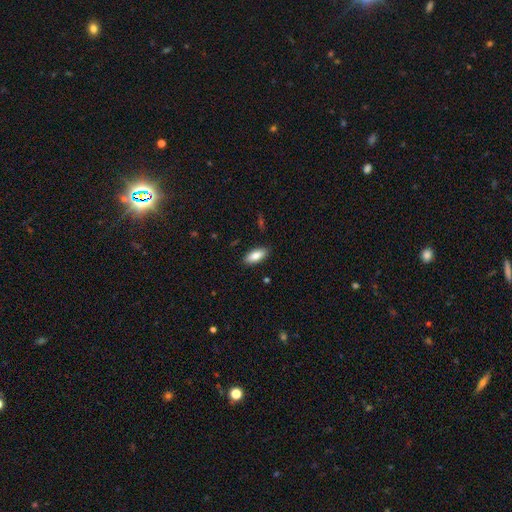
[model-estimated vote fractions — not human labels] This is clearly a smooth galaxy (85%). How rounded: clearly in between (82%). Merging: clearly none (88%).